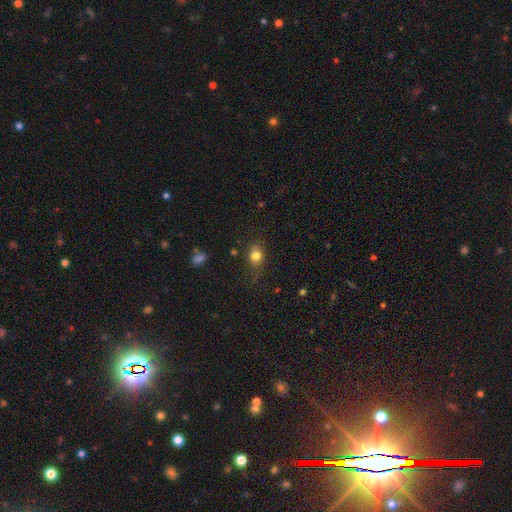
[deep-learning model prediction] A smooth galaxy with no disk features (78%) that is round (49%). Merging: none (68%).